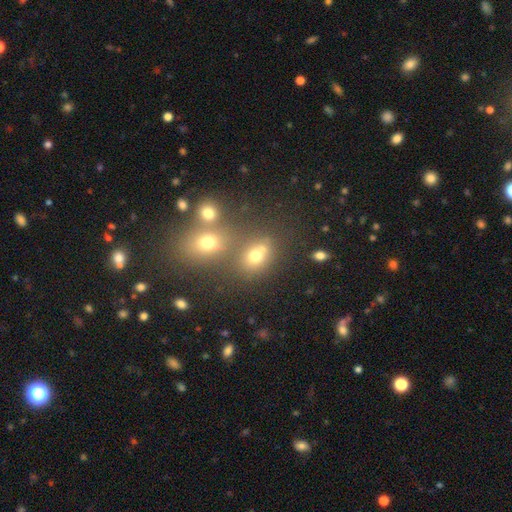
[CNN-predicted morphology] Overall: smooth (68%). How rounded: round (56%; in between 42%). Merging: none (52%; merger 32%).